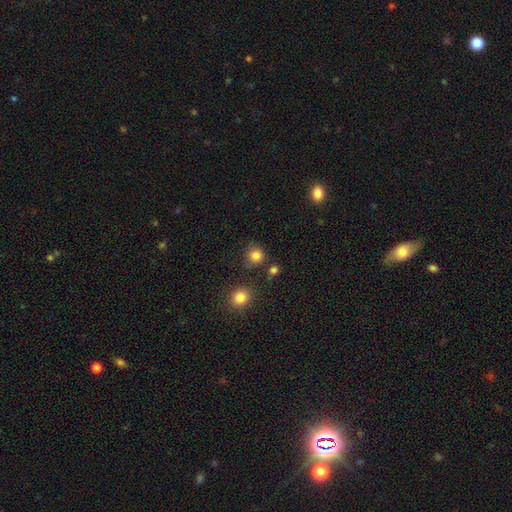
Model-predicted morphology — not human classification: smooth-or-featured: smooth: 84% | star or artifact: 12% | featured or disk: 4%
  how-rounded: round: 90% | in between: 9% | cigar-shaped: 1%
  merging: none: 80% | minor disturbance: 11% | merger: 6% | major disturbance: 3%